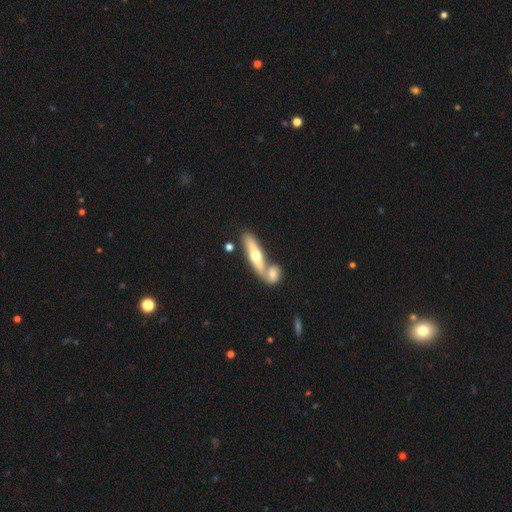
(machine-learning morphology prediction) A smooth galaxy with no disk features (48%). Merging: none (45%).